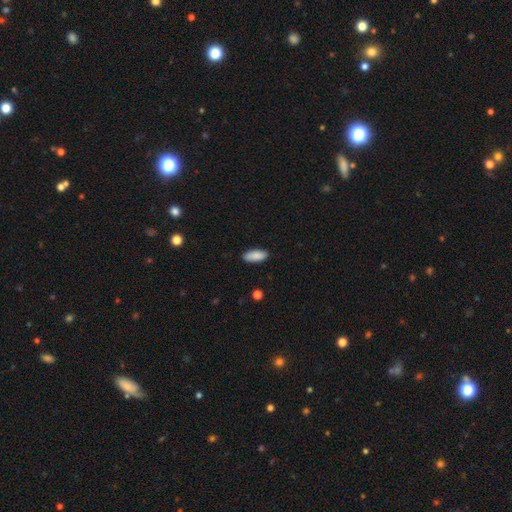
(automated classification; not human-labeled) smooth-or-featured: smooth: 89% | star or artifact: 6% | featured or disk: 5%
  how-rounded: in between: 85% | cigar-shaped: 14% | round: 2%
  merging: none: 88% | minor disturbance: 9% | major disturbance: 2% | merger: 1%